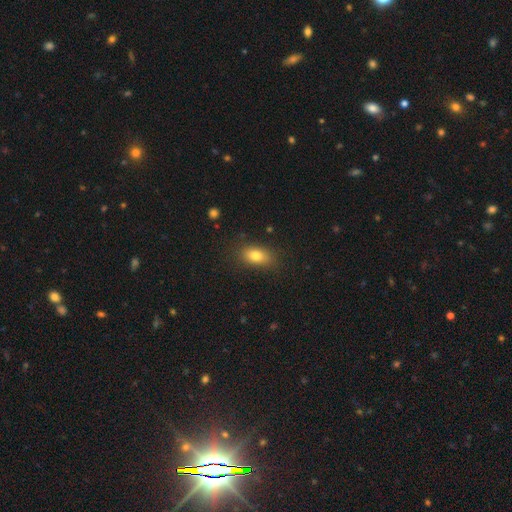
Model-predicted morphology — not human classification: This appears to be a smooth galaxy with no disk features (80%) that is in between round and cigar-shaped (84%). Merging: none (82%).